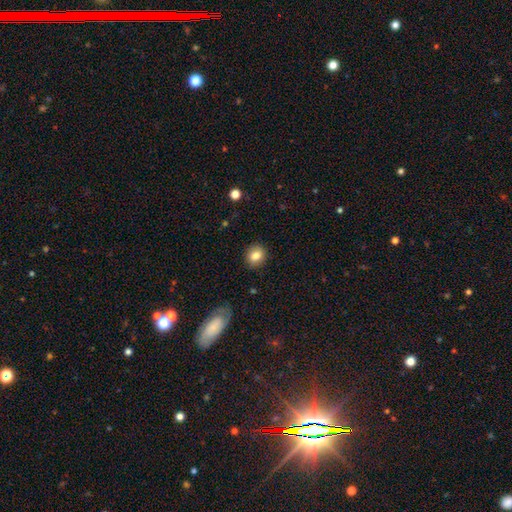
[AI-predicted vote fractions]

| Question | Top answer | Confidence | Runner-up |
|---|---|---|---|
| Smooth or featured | smooth | 83% | star or artifact (9%) |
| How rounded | round | 63% | in between (36%) |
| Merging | none | 88% | minor disturbance (8%) |